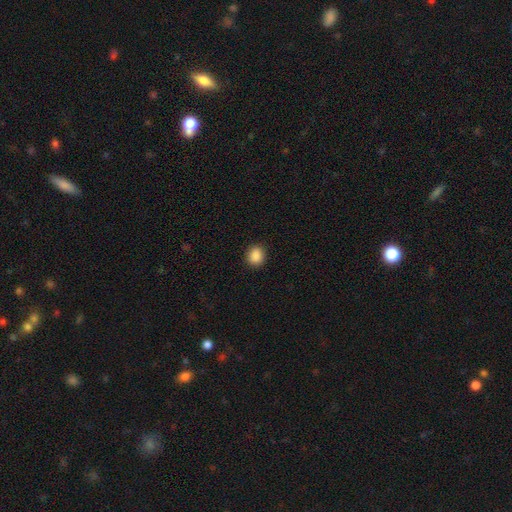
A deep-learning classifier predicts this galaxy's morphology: Overall: smooth (89%). How rounded: round (73%). Merging: none (90%).